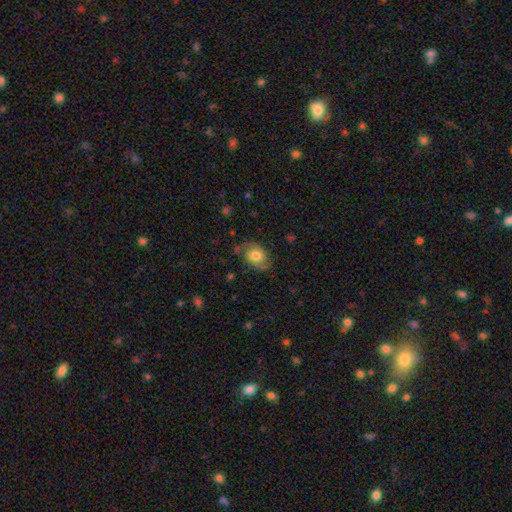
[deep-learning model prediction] Smooth or featured? smooth (76%)
How rounded? in between (59%)
Merging? none (71%)